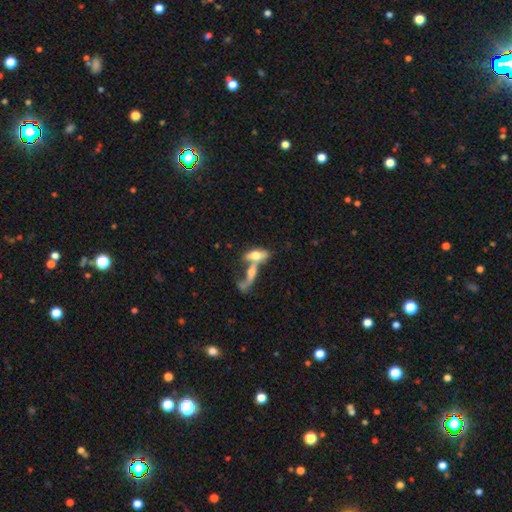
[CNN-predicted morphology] This is possibly a smooth galaxy (52%). How rounded: likely in between (68%). Merging: likely merger (65%).